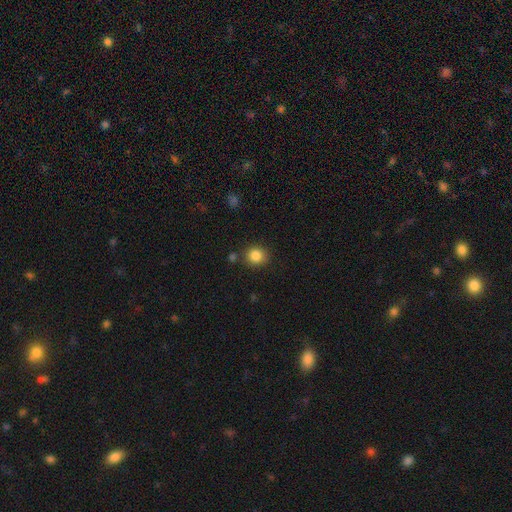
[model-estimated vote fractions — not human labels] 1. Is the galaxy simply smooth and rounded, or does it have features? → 85% smooth, 11% star or artifact, 5% featured or disk.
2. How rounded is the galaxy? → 85% round, 14% in between, 1% cigar-shaped.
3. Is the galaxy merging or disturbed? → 84% none, 9% minor disturbance, 4% merger, 3% major disturbance.